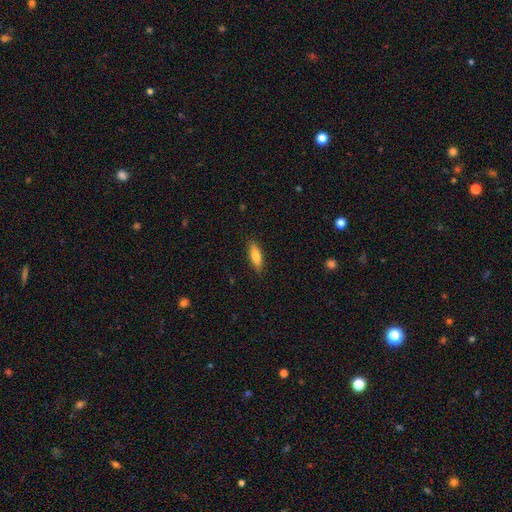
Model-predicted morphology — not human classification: This appears to be a smooth galaxy with no disk features (80%) that is in between round and cigar-shaped (49%, tied with cigar-shaped). Merging: none (87%).